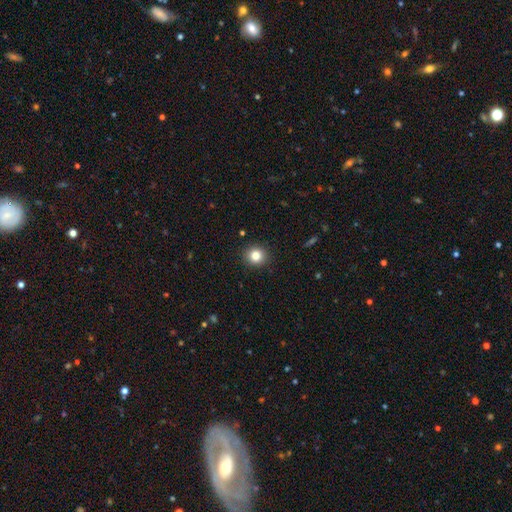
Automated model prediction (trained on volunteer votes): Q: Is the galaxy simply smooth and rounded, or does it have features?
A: smooth — 83%.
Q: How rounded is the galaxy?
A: round — 88%.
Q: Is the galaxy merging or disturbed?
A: none — 92%.